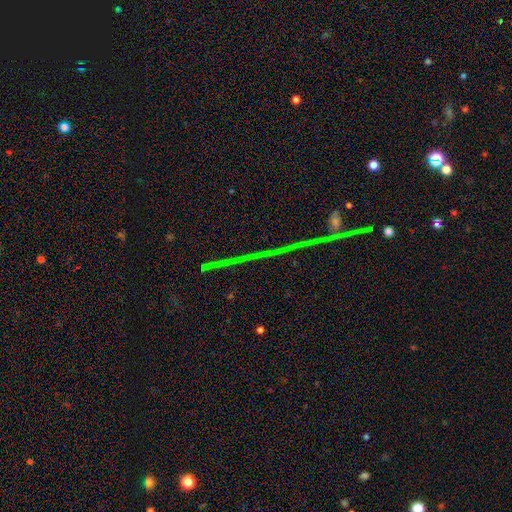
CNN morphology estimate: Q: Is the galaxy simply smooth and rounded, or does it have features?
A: star or artifact — 79%.